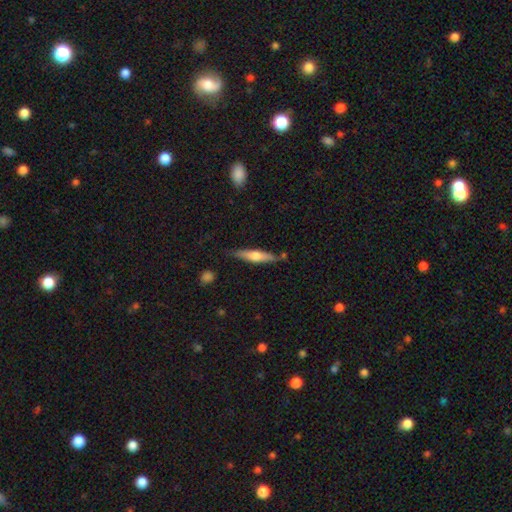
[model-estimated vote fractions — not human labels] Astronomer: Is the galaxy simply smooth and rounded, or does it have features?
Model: featured or disk — 49% (runner-up: smooth, 46%).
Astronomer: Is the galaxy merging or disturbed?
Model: none — 77%.